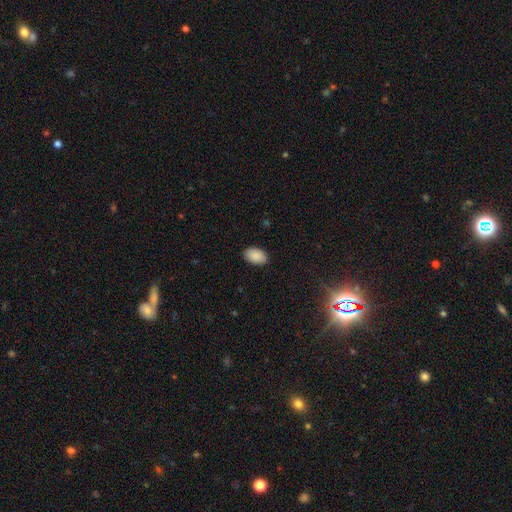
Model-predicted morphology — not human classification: Smooth or featured?
  - smooth: 90% *
  - star or artifact: 7%
  - featured or disk: 3%
How rounded?
  - in between: 92% *
  - round: 7%
  - cigar-shaped: 1%
Merging?
  - none: 89% *
  - minor disturbance: 9%
  - major disturbance: 2%
  - merger: 1%